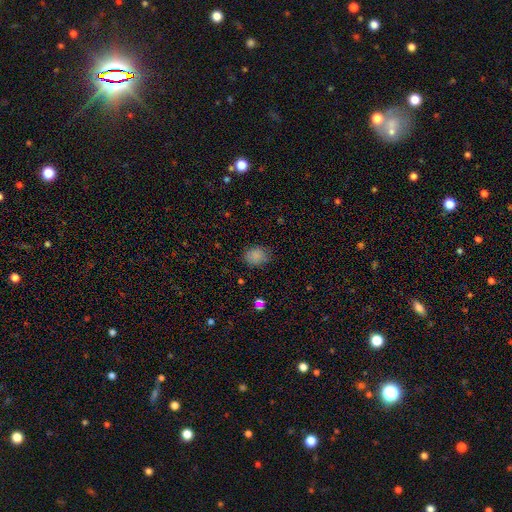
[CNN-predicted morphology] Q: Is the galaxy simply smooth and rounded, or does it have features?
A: smooth — 84%.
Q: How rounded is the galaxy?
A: round — 50%.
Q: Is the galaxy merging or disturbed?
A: none — 78%.